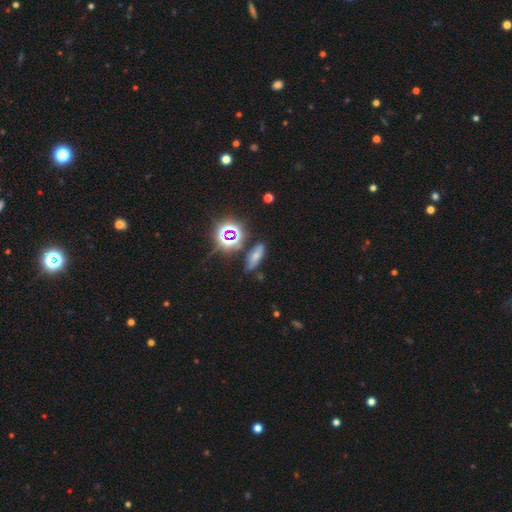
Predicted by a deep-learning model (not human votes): smooth-or-featured: smooth: 50% | star or artifact: 32% | featured or disk: 18%
  merging: none: 74% | minor disturbance: 16% | merger: 5% | major disturbance: 5%